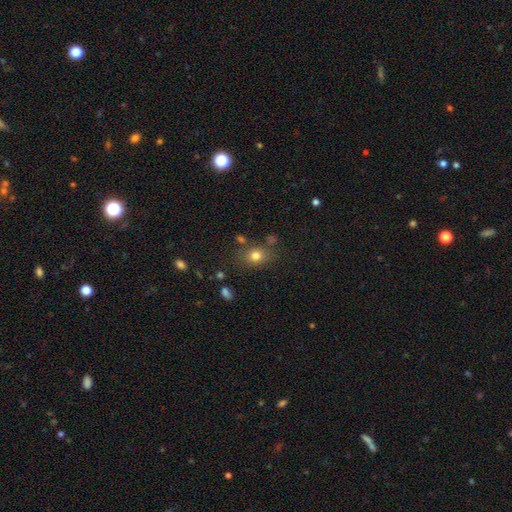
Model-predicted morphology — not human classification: type=smooth (77%); roundness=round (54%); merging=none (74%).